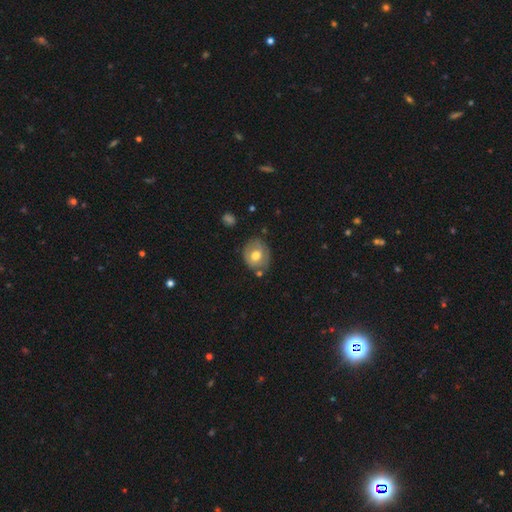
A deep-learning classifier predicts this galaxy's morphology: type=smooth (62%); roundness=round (68%); merging=none (72%).